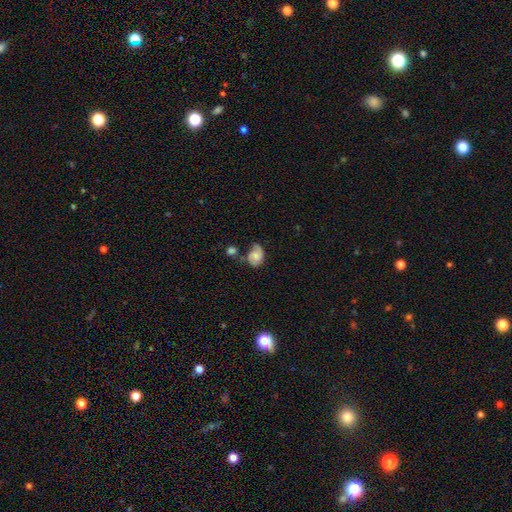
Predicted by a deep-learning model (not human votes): smooth_or_featured: featured or disk (p=0.58) [alt: smooth p=0.33]
disk_edge_on: no (p=0.97) [alt: yes p=0.03]
bar: no (p=0.61) [alt: weak p=0.33]
has_spiral_arms: yes (p=0.89) [alt: no p=0.11]
spiral_winding: medium (p=0.44) [alt: tight p=0.33]
spiral_arm_count: 2 (p=0.70) [alt: 1 p=0.16]
bulge_size: small (p=0.41) [alt: moderate p=0.36]
merging: none (p=0.45) [alt: minor disturbance p=0.28]